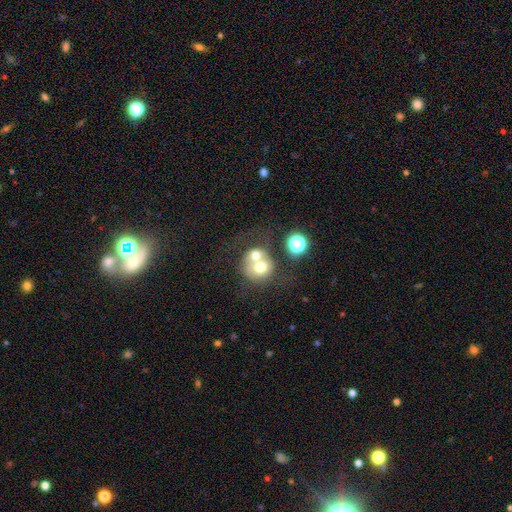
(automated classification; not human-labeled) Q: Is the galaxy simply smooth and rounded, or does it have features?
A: smooth — 62%.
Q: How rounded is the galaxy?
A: round — 80%.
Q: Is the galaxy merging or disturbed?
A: merger — 61%.